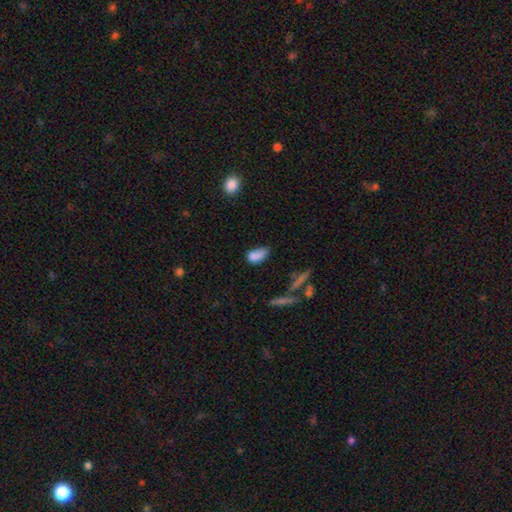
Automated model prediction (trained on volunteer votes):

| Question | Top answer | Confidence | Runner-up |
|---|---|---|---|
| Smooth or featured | smooth | 78% | star or artifact (11%) |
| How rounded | in between | 87% | round (7%) |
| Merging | none | 39% | minor disturbance (34%) |